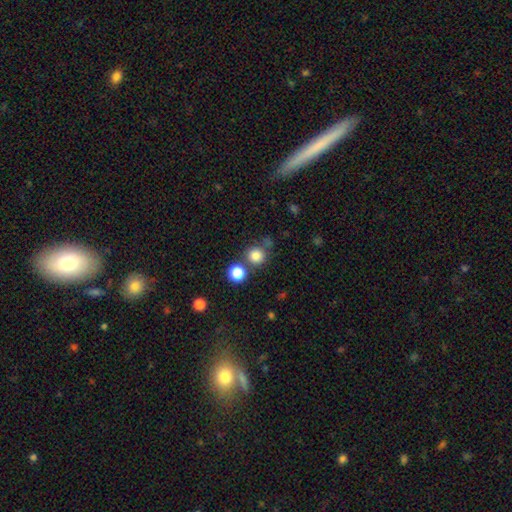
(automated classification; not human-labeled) Smooth or featured? smooth (81%)
How rounded? round (93%)
Merging? none (71%)